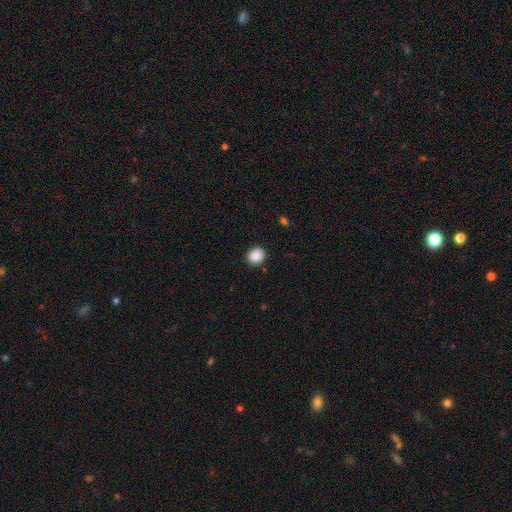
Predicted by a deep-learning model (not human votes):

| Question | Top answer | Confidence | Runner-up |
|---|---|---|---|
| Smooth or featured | smooth | 88% | star or artifact (9%) |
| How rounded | round | 75% | in between (24%) |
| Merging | none | 90% | minor disturbance (7%) |